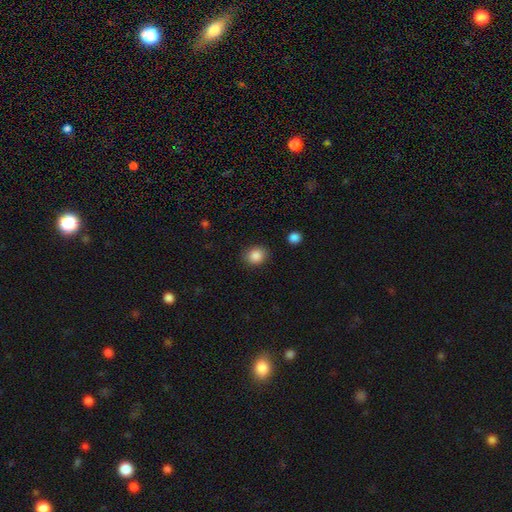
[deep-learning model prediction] Q: Smooth or featured?
A: smooth (87%); runner-up: star or artifact (9%)
Q: How rounded?
A: round (65%); runner-up: in between (34%)
Q: Merging?
A: none (86%); runner-up: minor disturbance (10%)